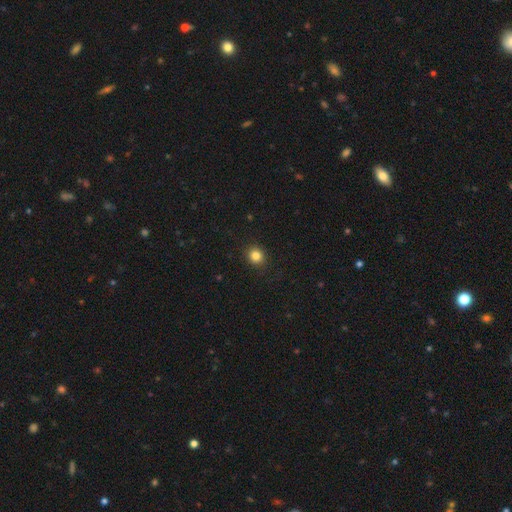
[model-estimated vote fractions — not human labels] smooth_or_featured: smooth (p=0.84) [alt: star or artifact p=0.12]
how_rounded: round (p=0.87) [alt: in between p=0.12]
merging: none (p=0.91) [alt: minor disturbance p=0.06]